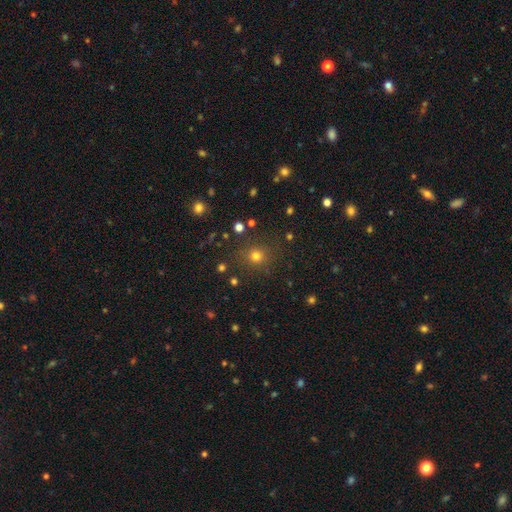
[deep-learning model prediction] A smooth galaxy with no disk features (73%) that is round (89%). Merging: none (85%).